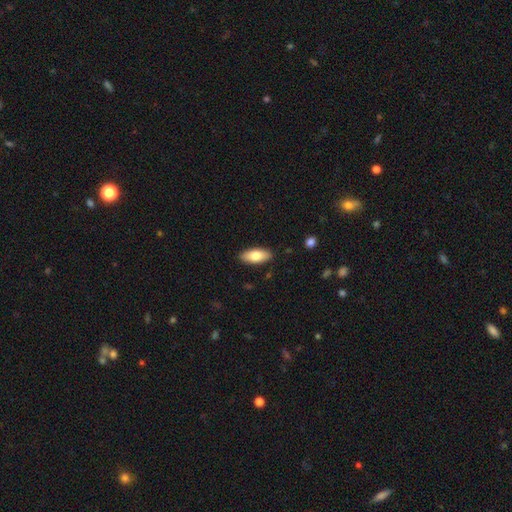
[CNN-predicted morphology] Smooth or featured?
  - smooth: 78% *
  - featured or disk: 16%
  - star or artifact: 6%
How rounded?
  - in between: 83% *
  - cigar-shaped: 15%
  - round: 2%
Merging?
  - none: 88% *
  - minor disturbance: 9%
  - major disturbance: 2%
  - merger: 1%